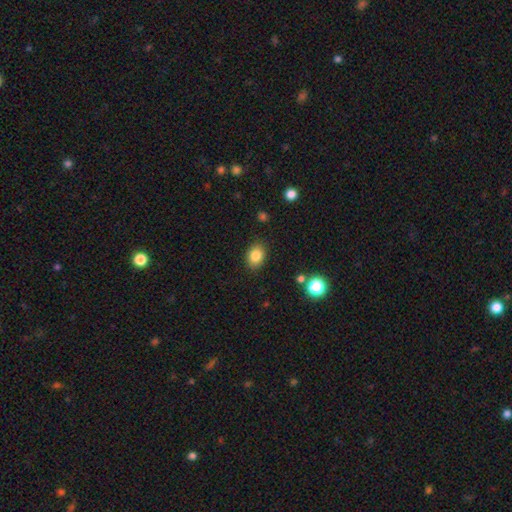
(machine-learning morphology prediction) smooth 84%, star or artifact 10%, featured or disk 7%. Down the decision tree: how rounded — in between (69%); merging — none (87%).